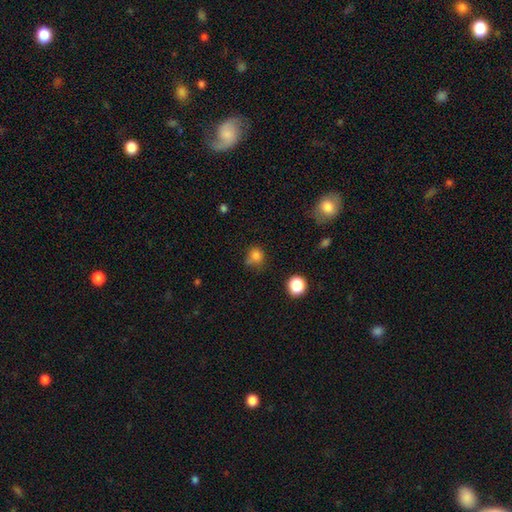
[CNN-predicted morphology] Q: Smooth or featured?
A: smooth (79%); runner-up: star or artifact (15%)
Q: How rounded?
A: round (75%); runner-up: in between (23%)
Q: Merging?
A: none (54%); runner-up: minor disturbance (24%)